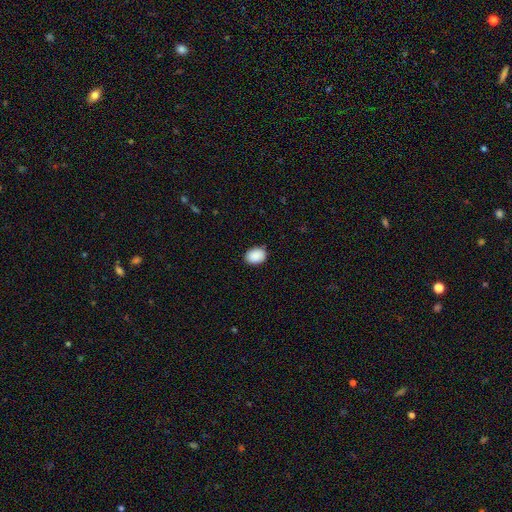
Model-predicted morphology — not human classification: Smooth or featured?
  - smooth: 91% *
  - star or artifact: 7%
  - featured or disk: 2%
How rounded?
  - in between: 71% *
  - round: 28%
  - cigar-shaped: 1%
Merging?
  - none: 88% *
  - minor disturbance: 10%
  - major disturbance: 2%
  - merger: 1%